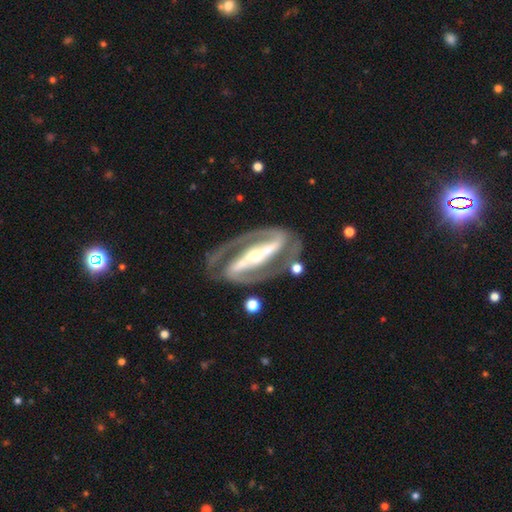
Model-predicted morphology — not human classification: The model was most divided on "spiral winding": medium: 48%, tight: 41%, loose: 11%. More confident: spiral arms — yes (96%); spiral arm count — 2 (94%); smooth or featured — featured or disk (93%); edge-on disk — no (93%); bar — strong (87%); merging — none (80%); bulge size — moderate (57%).